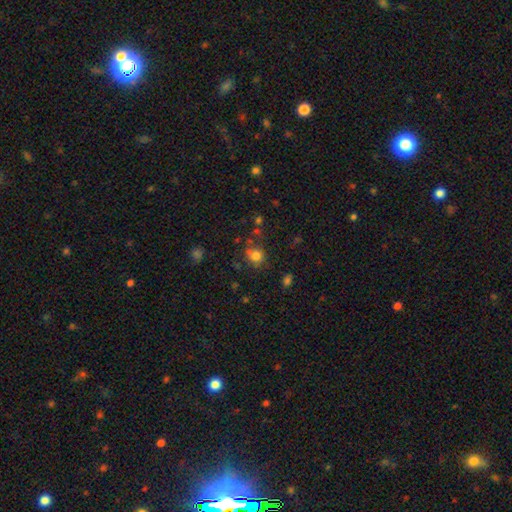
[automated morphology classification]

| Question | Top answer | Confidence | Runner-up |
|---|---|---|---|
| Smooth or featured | smooth | 79% | star or artifact (14%) |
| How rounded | round | 82% | in between (17%) |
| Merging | none | 69% | minor disturbance (16%) |